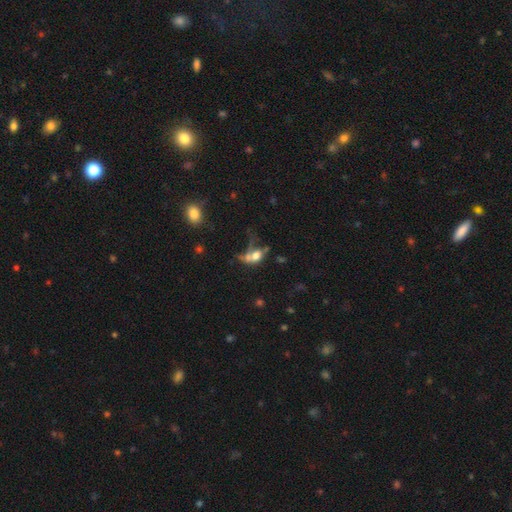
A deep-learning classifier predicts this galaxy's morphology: Smooth or featured? smooth (55%)
How rounded? in between (71%)
Merging? merger (40%)